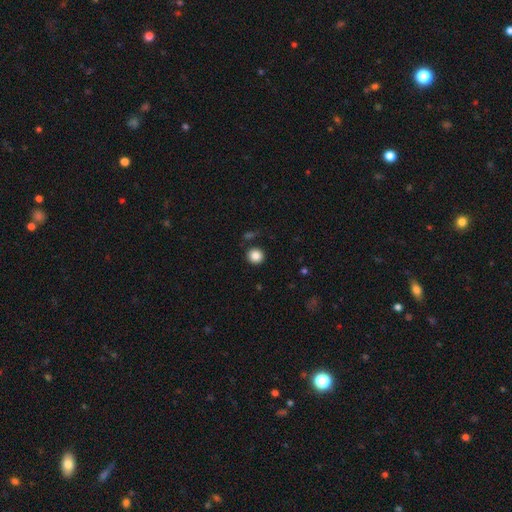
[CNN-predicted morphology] Smooth or featured? Predicted: smooth (p=0.86). How rounded? Predicted: round (p=0.92). Merging? Predicted: none (p=0.87).